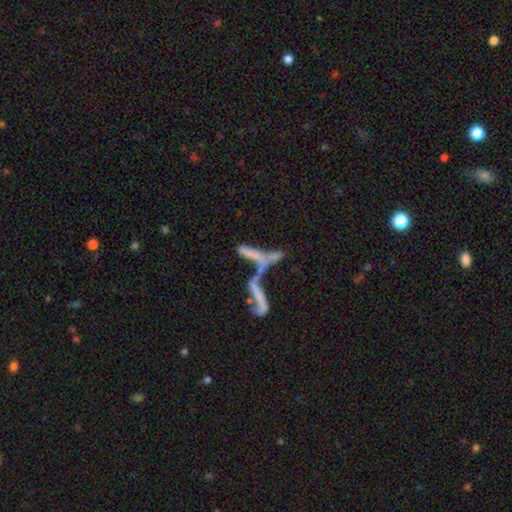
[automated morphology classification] type=featured or disk (49%); merging=merger (65%).